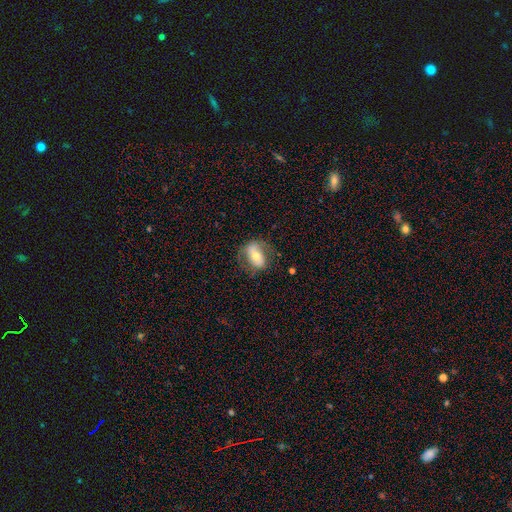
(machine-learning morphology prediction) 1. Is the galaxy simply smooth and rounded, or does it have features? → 47% smooth, 45% featured or disk, 7% star or artifact.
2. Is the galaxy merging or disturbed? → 66% none, 21% minor disturbance, 12% major disturbance, 2% merger.